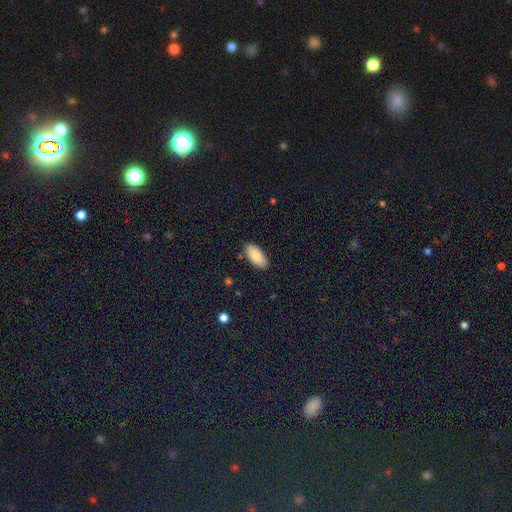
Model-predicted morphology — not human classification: Overall: smooth (86%). How rounded: in between (93%). Merging: none (87%).